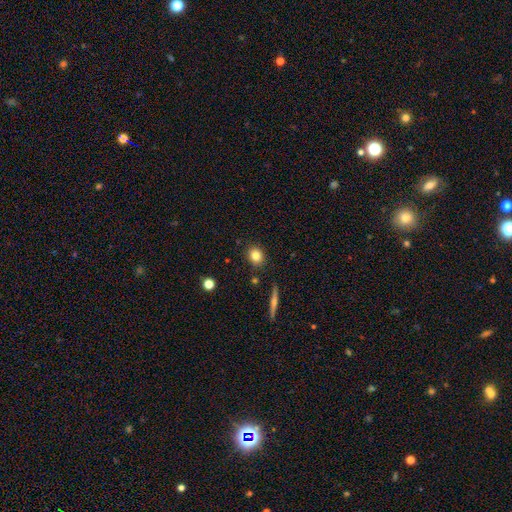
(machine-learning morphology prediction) smooth-or-featured: smooth: 81% | star or artifact: 10% | featured or disk: 9%
  how-rounded: round: 72% | in between: 26% | cigar-shaped: 2%
  merging: none: 87% | minor disturbance: 8% | merger: 3% | major disturbance: 2%